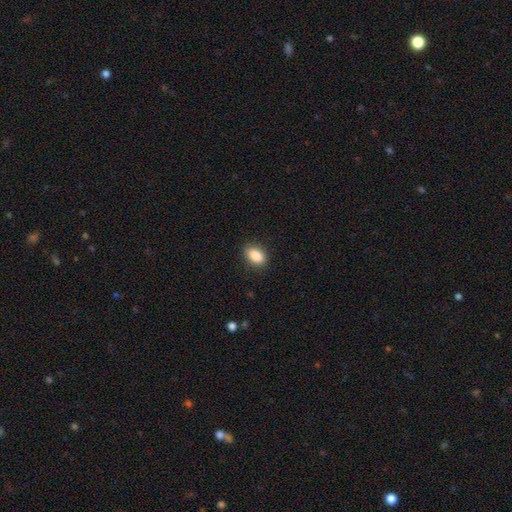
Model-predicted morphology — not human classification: type=smooth (88%); roundness=in between (88%); merging=none (88%).